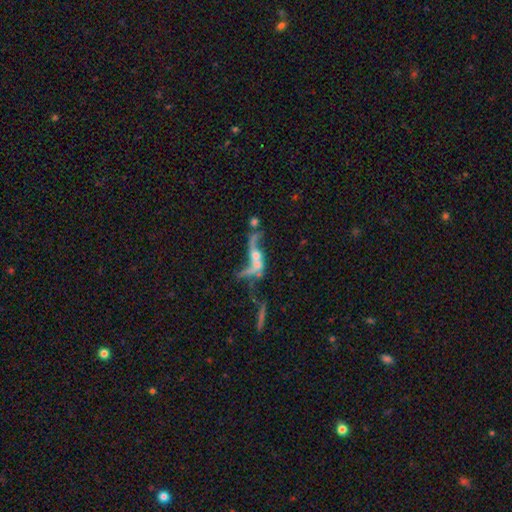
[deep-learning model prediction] A featured or disk galaxy (70%) with no bar (68%), spiral arms (62%) and a moderate central bulge (42%).

Vote fractions:
- Smooth or featured? featured or disk: 70% / smooth: 17% / star or artifact: 13%
- Edge-on disk? no: 88% / yes: 12%
- Bar? no: 68% / weak: 23% / strong: 9%
- Spiral arms? yes: 62% / no: 38%
- Bulge size? moderate: 42% / small: 25% / none: 20% / large: 11% / dominant: 3%
- Merging? merger: 44% / major disturbance: 26% / none: 21% / minor disturbance: 10%